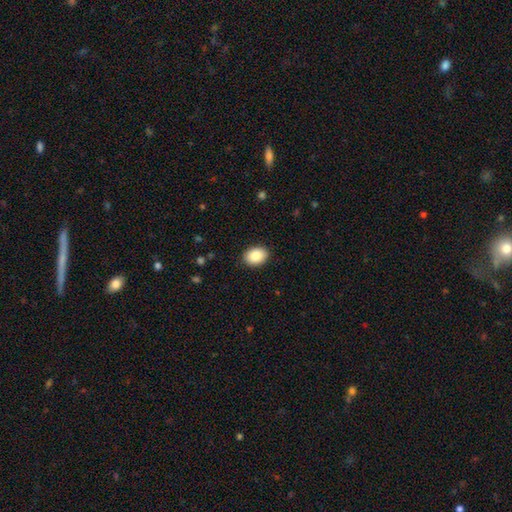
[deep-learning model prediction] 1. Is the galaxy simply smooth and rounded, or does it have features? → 87% smooth, 7% star or artifact, 6% featured or disk.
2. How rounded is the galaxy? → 75% in between, 24% round, 1% cigar-shaped.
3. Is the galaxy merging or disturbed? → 90% none, 7% minor disturbance, 2% major disturbance, 1% merger.